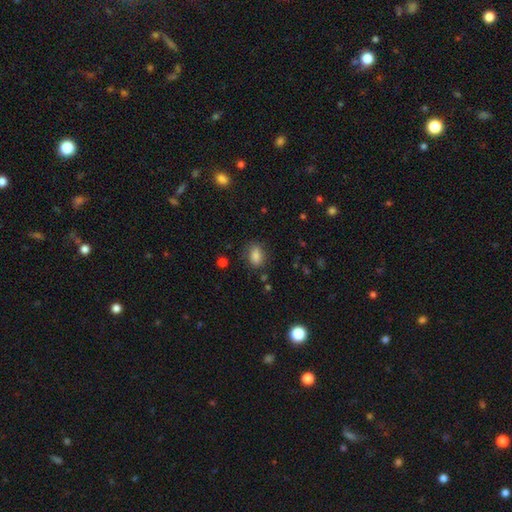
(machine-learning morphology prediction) Q: Smooth or featured?
A: smooth (81%); runner-up: star or artifact (10%)
Q: How rounded?
A: in between (73%); runner-up: round (25%)
Q: Merging?
A: none (76%); runner-up: minor disturbance (17%)